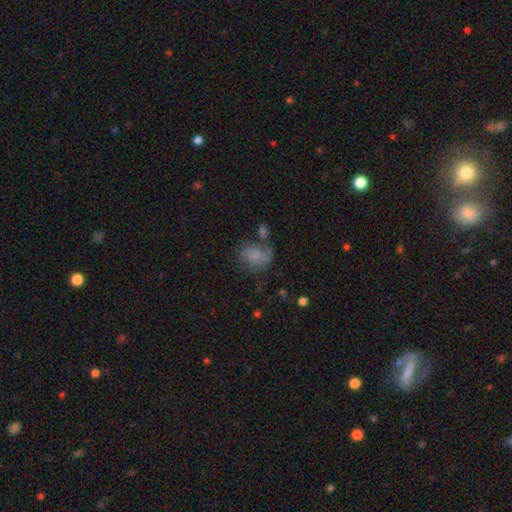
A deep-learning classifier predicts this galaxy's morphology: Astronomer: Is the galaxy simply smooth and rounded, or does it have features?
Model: smooth — 62%.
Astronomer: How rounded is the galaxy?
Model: round — 55% (runner-up: in between, 44%).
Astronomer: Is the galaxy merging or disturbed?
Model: none — 39% (runner-up: minor disturbance, 24%).